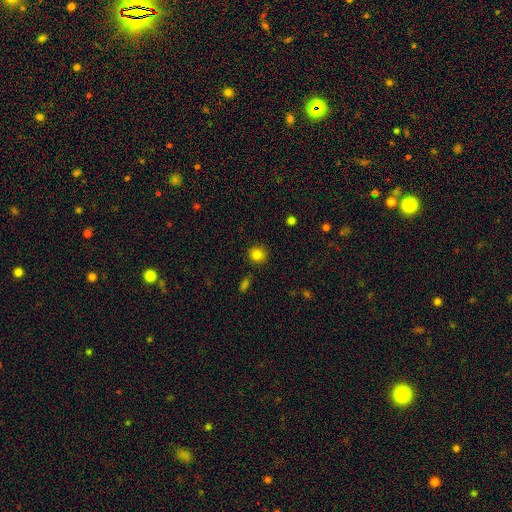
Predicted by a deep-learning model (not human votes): A smooth galaxy with no disk features (84%) that is round (87%).

Vote fractions:
- Smooth or featured? smooth: 84% / star or artifact: 12% / featured or disk: 4%
- How rounded? round: 87% / in between: 12% / cigar-shaped: 1%
- Merging? none: 86% / minor disturbance: 9% / major disturbance: 3% / merger: 2%